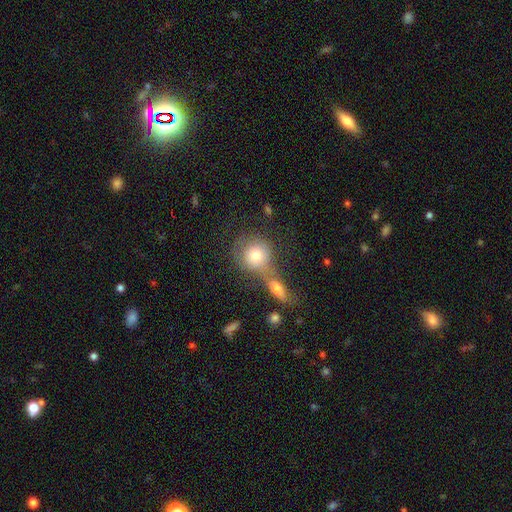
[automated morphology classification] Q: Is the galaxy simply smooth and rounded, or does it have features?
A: smooth — 74%.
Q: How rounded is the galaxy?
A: round — 82%.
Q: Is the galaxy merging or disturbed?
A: merger — 51%.